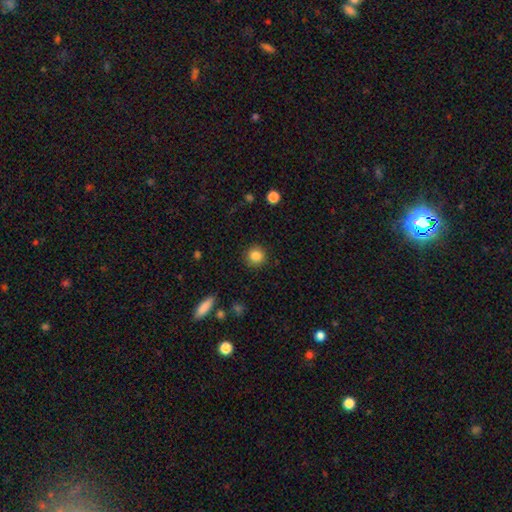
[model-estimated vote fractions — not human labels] The model was most divided on "smooth or featured": smooth: 85%, star or artifact: 10%, featured or disk: 5%. More confident: how rounded — round (91%); merging — none (90%).